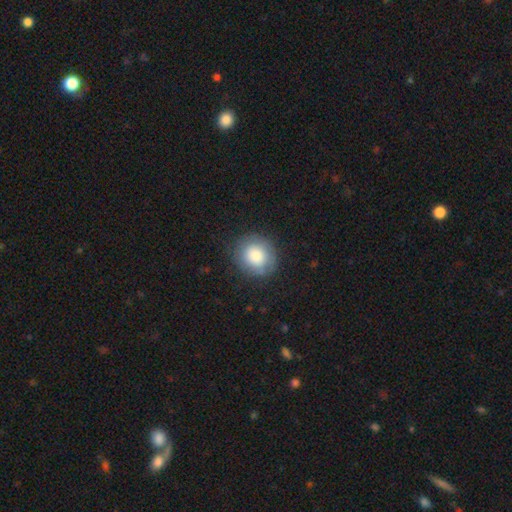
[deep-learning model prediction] Overall: smooth (82%). How rounded: round (85%). Merging: none (81%).